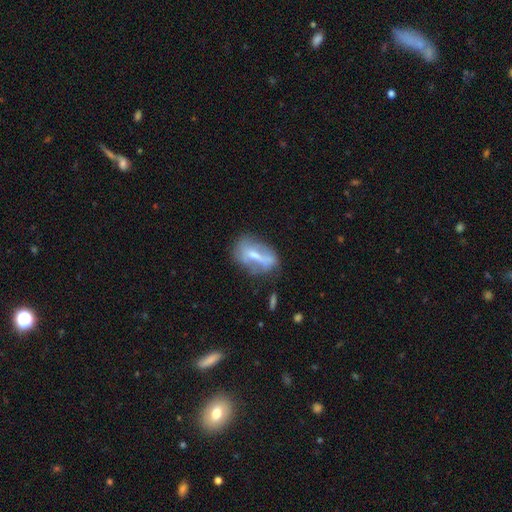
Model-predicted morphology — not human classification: A featured or disk galaxy (48%). Merging: none (48%).